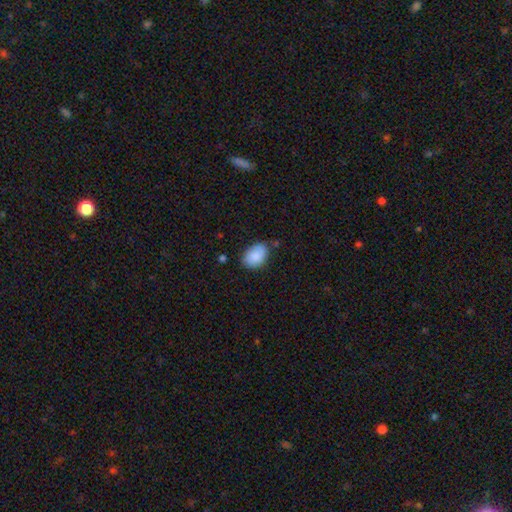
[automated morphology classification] smooth 87%, featured or disk 7%, star or artifact 7%. Down the decision tree: how rounded — in between (85%); merging — none (71%).